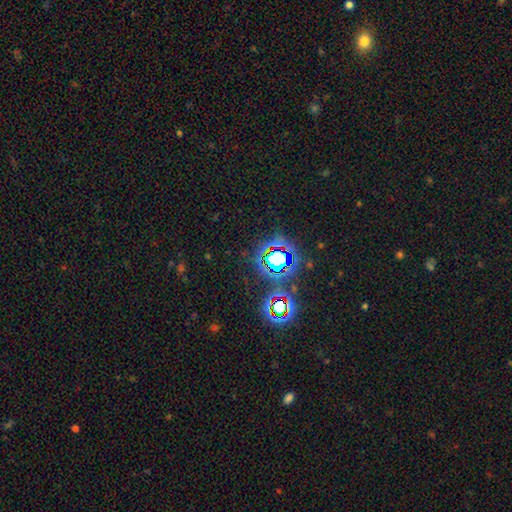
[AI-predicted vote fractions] Morphology: type=star or artifact (78%).